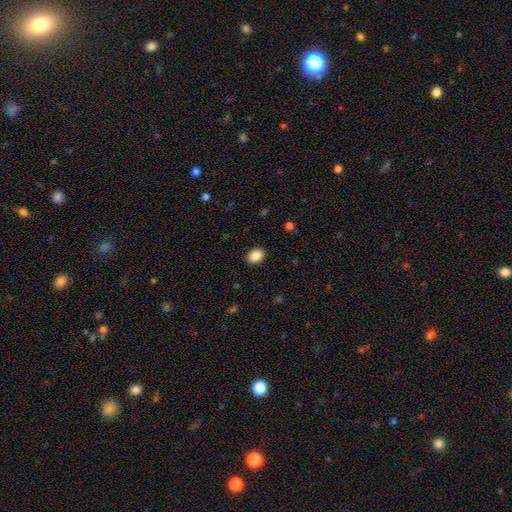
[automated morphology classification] A smooth galaxy with no disk features (87%) that is in between round and cigar-shaped (70%).

Vote fractions:
- Smooth or featured? smooth: 87% / star or artifact: 8% / featured or disk: 4%
- How rounded? in between: 70% / round: 29% / cigar-shaped: 1%
- Merging? none: 90% / minor disturbance: 7% / major disturbance: 2% / merger: 1%